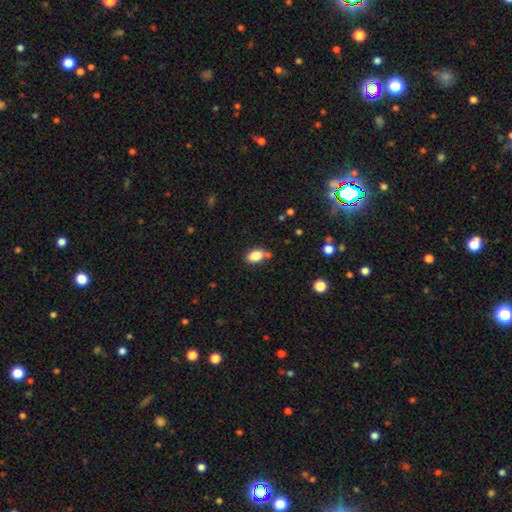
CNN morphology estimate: This is clearly a smooth galaxy (85%). How rounded: clearly in between (82%). Merging: likely none (74%).